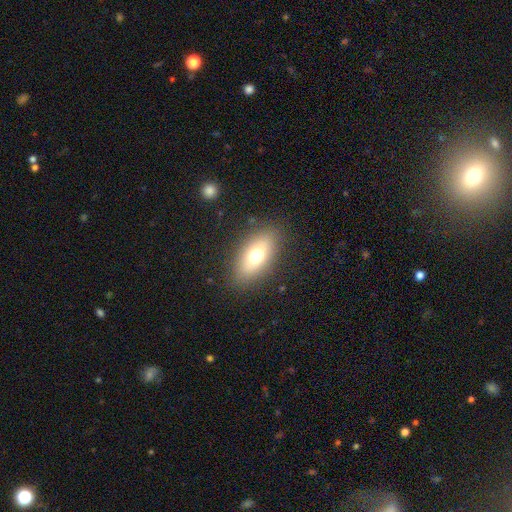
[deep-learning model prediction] The model was most divided on "smooth or featured": smooth: 68%, featured or disk: 22%, star or artifact: 10%. More confident: merging — none (85%); how rounded — in between (84%).